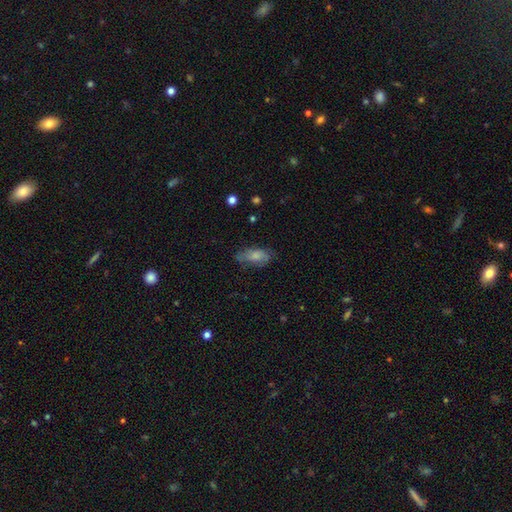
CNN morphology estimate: Q: Smooth or featured?
A: smooth (76%); runner-up: featured or disk (17%)
Q: How rounded?
A: in between (87%); runner-up: cigar-shaped (9%)
Q: Merging?
A: none (63%); runner-up: minor disturbance (27%)